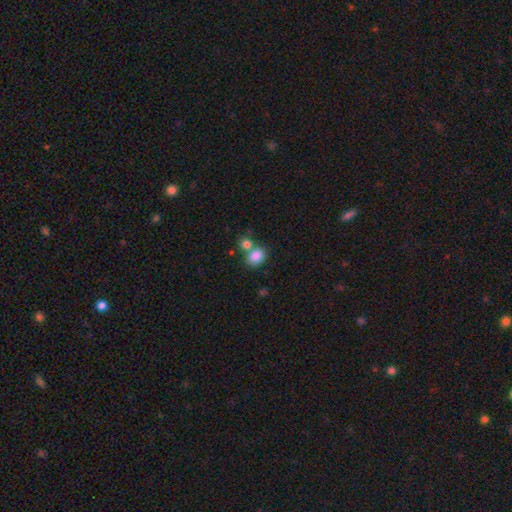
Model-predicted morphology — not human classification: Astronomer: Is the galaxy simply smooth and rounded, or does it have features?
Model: smooth — 84%.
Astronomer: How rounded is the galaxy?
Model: in between — 52% (runner-up: round, 47%).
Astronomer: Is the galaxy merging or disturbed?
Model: none — 52% (runner-up: merger, 34%).